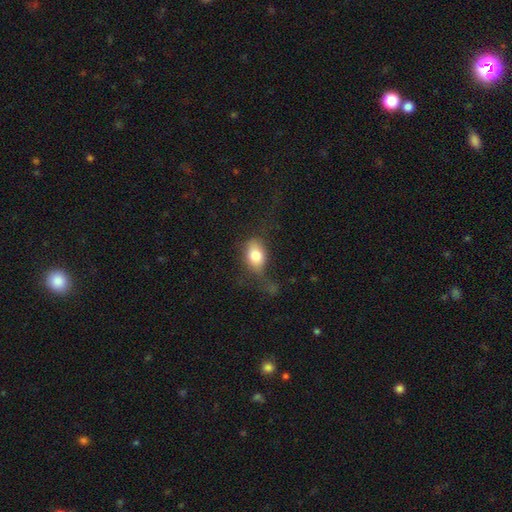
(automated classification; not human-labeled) Q: Smooth or featured?
A: smooth (78%); runner-up: featured or disk (14%)
Q: How rounded?
A: in between (82%); runner-up: round (16%)
Q: Merging?
A: none (44%); runner-up: minor disturbance (27%)